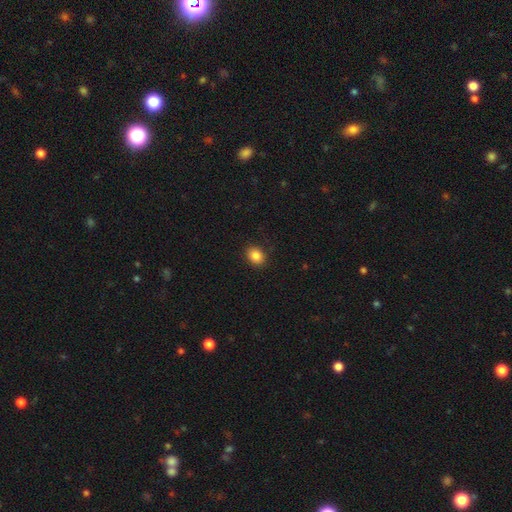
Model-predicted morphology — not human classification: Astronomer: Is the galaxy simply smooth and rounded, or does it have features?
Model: smooth — 86%.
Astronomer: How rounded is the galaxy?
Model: in between — 52% (runner-up: round, 47%).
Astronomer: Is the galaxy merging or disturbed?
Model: none — 89%.